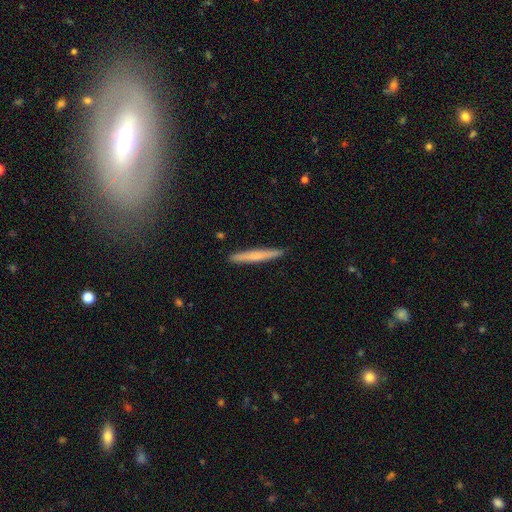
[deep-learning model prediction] A smooth galaxy with no disk features (59%) that is cigar-shaped (96%).

Vote fractions:
- Smooth or featured? smooth: 59% / featured or disk: 35% / star or artifact: 6%
- How rounded? cigar-shaped: 96% / in between: 3% / round: 1%
- Merging? none: 91% / minor disturbance: 7% / major disturbance: 1% / merger: 1%